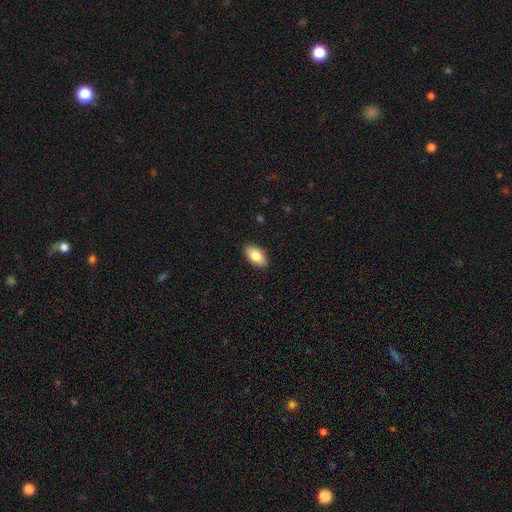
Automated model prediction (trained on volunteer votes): Smooth or featured? smooth (82%)
How rounded? in between (93%)
Merging? none (89%)